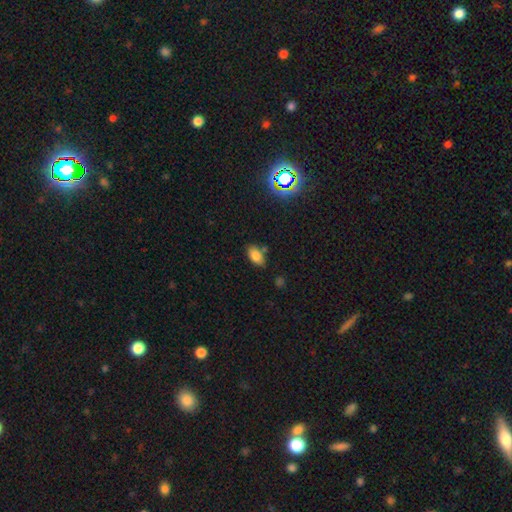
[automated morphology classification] A smooth galaxy with no disk features (81%) that is in between round and cigar-shaped (91%).

Vote fractions:
- Smooth or featured? smooth: 81% / star or artifact: 11% / featured or disk: 8%
- How rounded? in between: 91% / round: 6% / cigar-shaped: 3%
- Merging? none: 71% / minor disturbance: 18% / merger: 7% / major disturbance: 4%